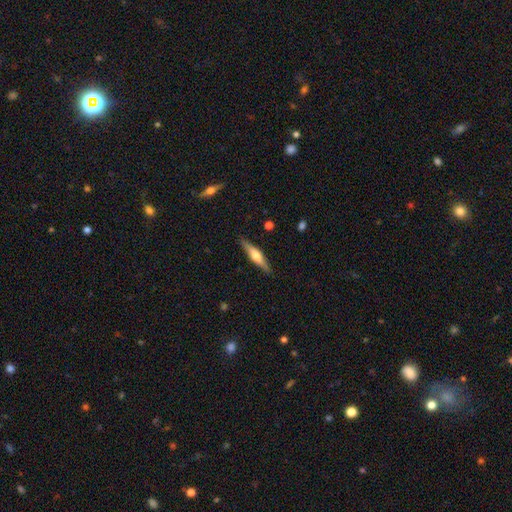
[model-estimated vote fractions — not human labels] This is likely a featured or disk galaxy (62%). It is clearly viewed edge-on (96%). Edge-on bulge: clearly rounded (89%). Merging: clearly none (89%).